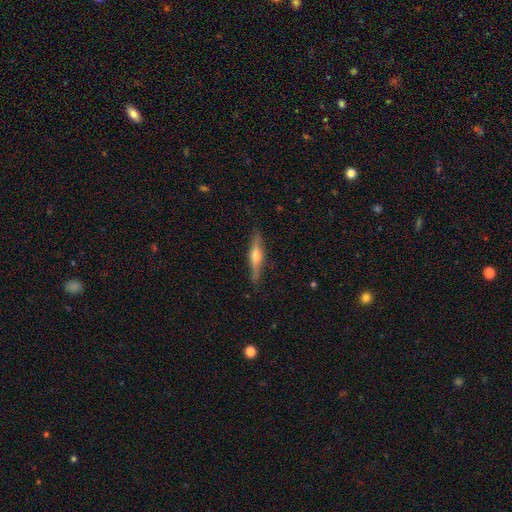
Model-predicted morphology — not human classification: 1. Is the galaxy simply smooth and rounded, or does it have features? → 63% featured or disk, 31% smooth, 6% star or artifact.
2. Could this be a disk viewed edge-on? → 96% yes, 4% no.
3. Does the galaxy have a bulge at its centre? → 86% rounded, 9% boxy, 5% none.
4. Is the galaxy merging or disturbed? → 84% none, 12% minor disturbance, 2% major disturbance, 1% merger.